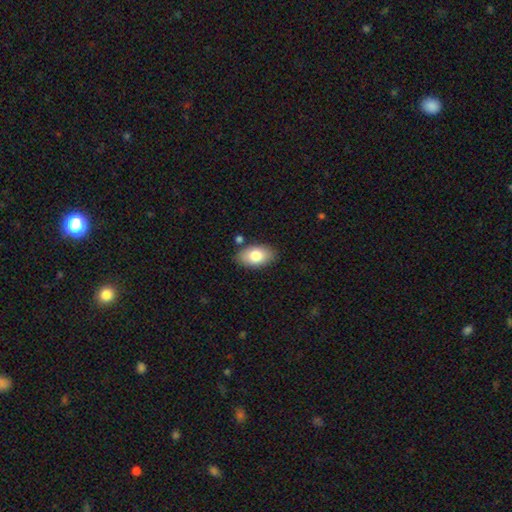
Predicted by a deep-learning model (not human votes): Smooth or featured?
  - smooth: 79% *
  - featured or disk: 14%
  - star or artifact: 7%
How rounded?
  - in between: 92% *
  - round: 7%
  - cigar-shaped: 1%
Merging?
  - none: 82% *
  - minor disturbance: 11%
  - merger: 4%
  - major disturbance: 3%